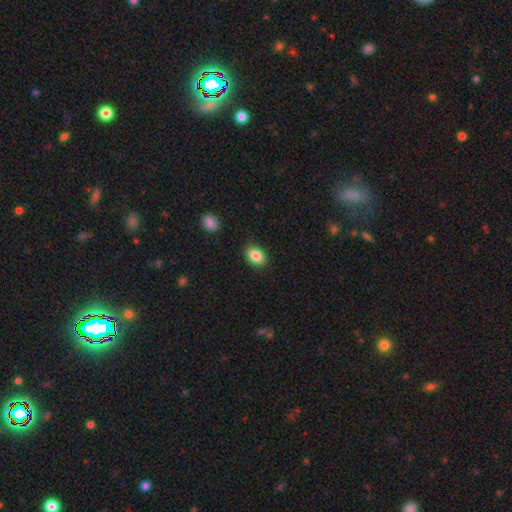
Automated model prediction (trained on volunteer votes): The model was most divided on "how rounded": in between: 82%, round: 17%, cigar-shaped: 1%. More confident: smooth or featured — smooth (86%); merging — none (86%).